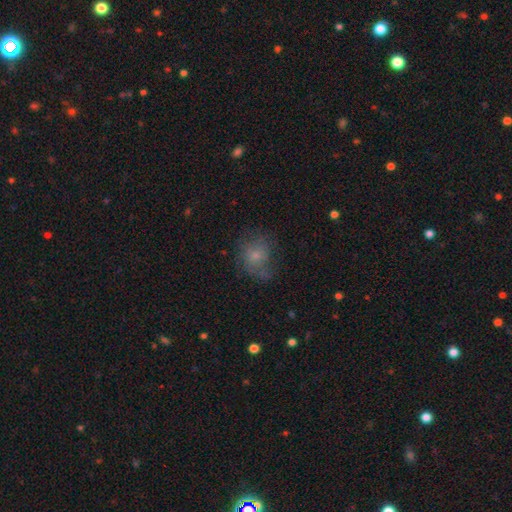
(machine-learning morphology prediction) A smooth galaxy with no disk features (62%) that is round (67%).

Vote fractions:
- Smooth or featured? smooth: 62% / featured or disk: 26% / star or artifact: 12%
- How rounded? round: 67% / in between: 32% / cigar-shaped: 1%
- Merging? none: 53% / minor disturbance: 25% / major disturbance: 20% / merger: 2%